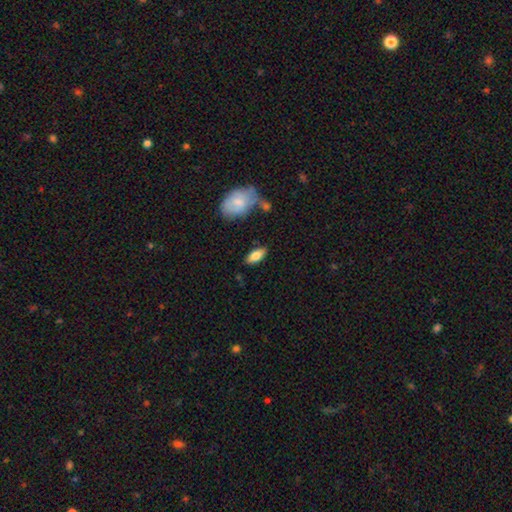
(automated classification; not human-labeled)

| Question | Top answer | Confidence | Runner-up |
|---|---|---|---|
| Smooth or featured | smooth | 75% | featured or disk (18%) |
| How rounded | in between | 86% | cigar-shaped (12%) |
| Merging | none | 82% | minor disturbance (12%) |